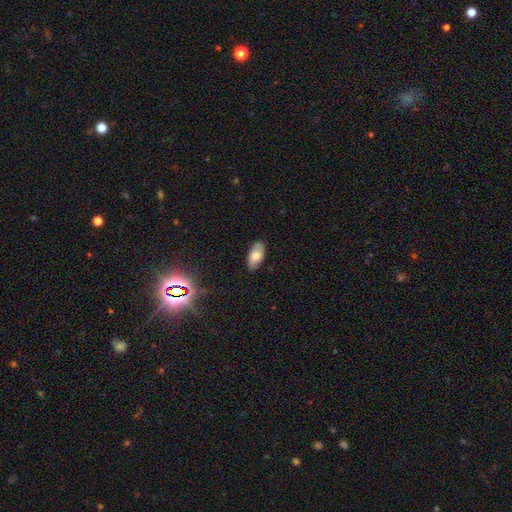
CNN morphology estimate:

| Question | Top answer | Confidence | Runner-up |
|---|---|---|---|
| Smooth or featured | smooth | 76% | featured or disk (15%) |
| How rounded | in between | 92% | cigar-shaped (5%) |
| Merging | none | 82% | minor disturbance (15%) |